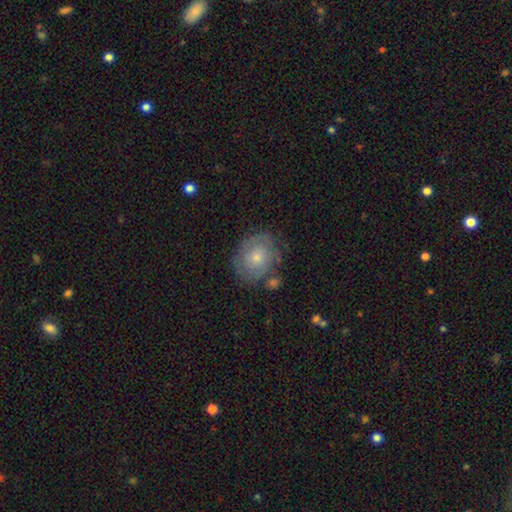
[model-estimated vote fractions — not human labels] This is possibly a featured or disk galaxy (49%). Merging: likely none (74%).